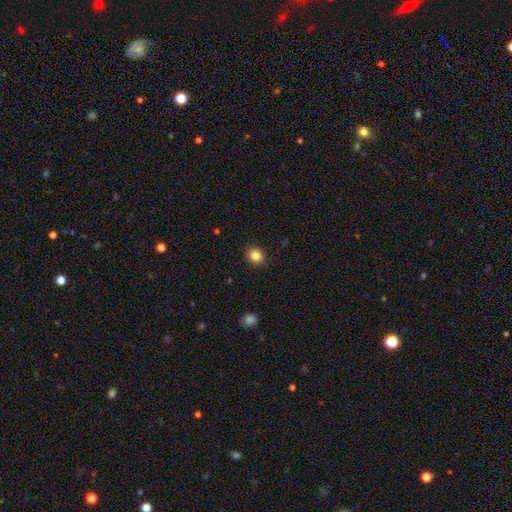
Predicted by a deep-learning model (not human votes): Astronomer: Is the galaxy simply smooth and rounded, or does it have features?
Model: smooth — 84%.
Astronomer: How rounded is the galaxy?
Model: round — 77%.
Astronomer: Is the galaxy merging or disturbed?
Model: none — 91%.